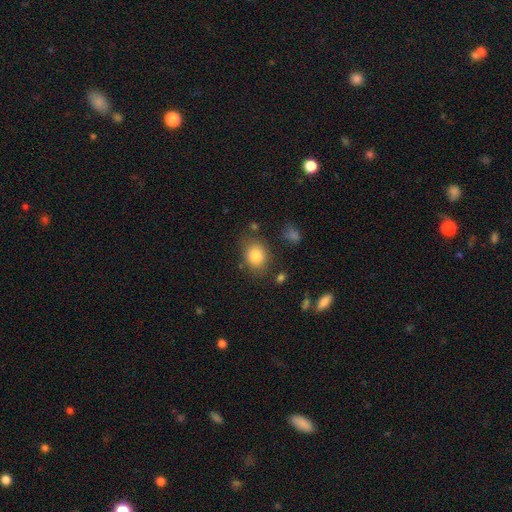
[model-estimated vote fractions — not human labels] A smooth galaxy with no disk features (82%) that is in between round and cigar-shaped (58%).

Vote fractions:
- Smooth or featured? smooth: 82% / star or artifact: 9% / featured or disk: 9%
- How rounded? in between: 58% / round: 41% / cigar-shaped: 1%
- Merging? none: 76% / minor disturbance: 15% / major disturbance: 5% / merger: 4%